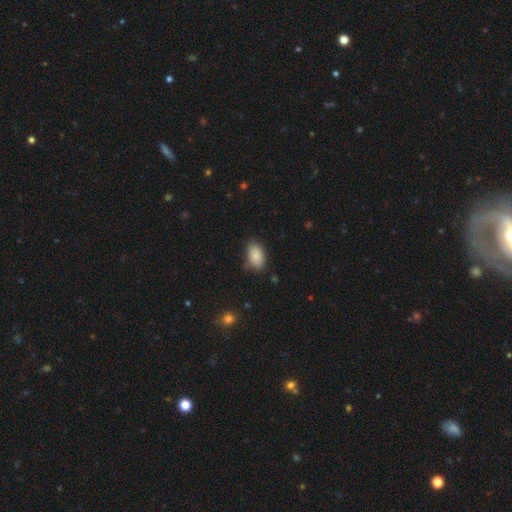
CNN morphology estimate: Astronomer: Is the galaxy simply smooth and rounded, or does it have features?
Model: smooth — 87%.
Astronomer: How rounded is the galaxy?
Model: in between — 91%.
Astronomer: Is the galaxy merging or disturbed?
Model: none — 78%.